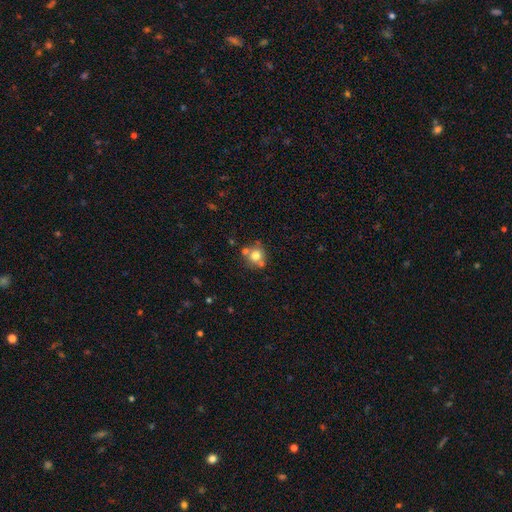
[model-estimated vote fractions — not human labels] Q: Smooth or featured?
A: smooth (70%); runner-up: featured or disk (18%)
Q: How rounded?
A: round (83%); runner-up: in between (16%)
Q: Merging?
A: none (57%); runner-up: merger (25%)